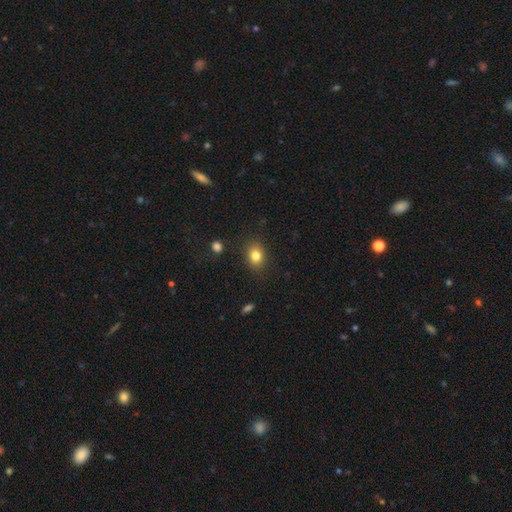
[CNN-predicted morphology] The model was most divided on "how rounded": in between: 57%, round: 42%, cigar-shaped: 1%. More confident: merging — none (85%); smooth or featured — smooth (81%).